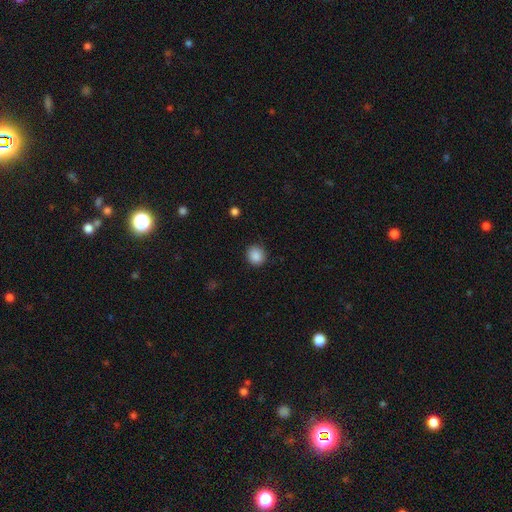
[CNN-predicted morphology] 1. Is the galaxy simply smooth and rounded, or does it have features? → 88% smooth, 9% star or artifact, 3% featured or disk.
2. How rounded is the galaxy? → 86% round, 13% in between, 1% cigar-shaped.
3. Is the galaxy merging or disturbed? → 88% none, 8% minor disturbance, 2% major disturbance, 1% merger.